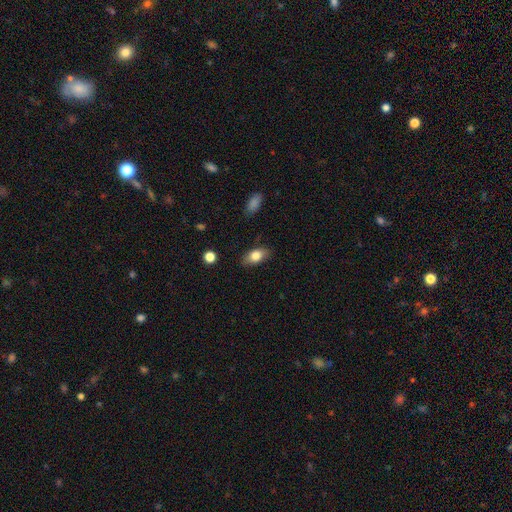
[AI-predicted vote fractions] smooth-or-featured: smooth: 79% | featured or disk: 13% | star or artifact: 8%
  how-rounded: in between: 87% | round: 8% | cigar-shaped: 5%
  merging: none: 84% | minor disturbance: 12% | major disturbance: 3% | merger: 1%